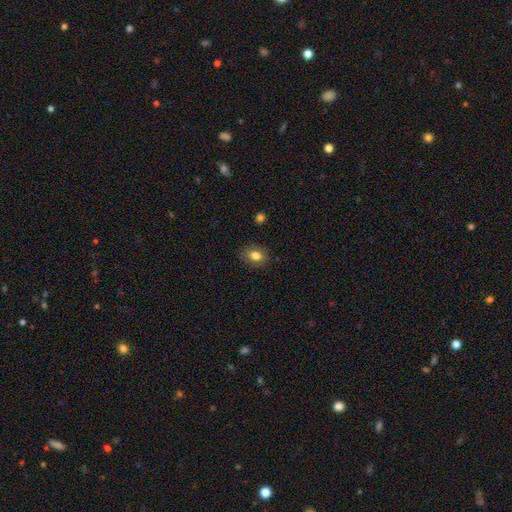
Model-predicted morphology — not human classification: Smooth or featured: smooth — 79% (featured or disk — 11%)
How rounded: in between — 55% (round — 44%)
Merging: none — 85% (minor disturbance — 11%)